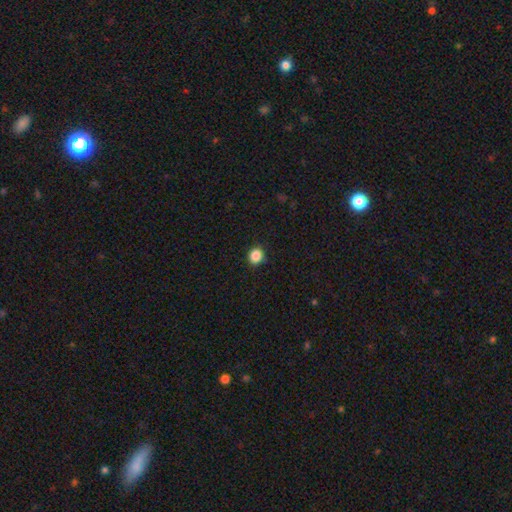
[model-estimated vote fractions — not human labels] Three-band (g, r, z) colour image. It shows a smooth galaxy with no disk features (87%) that is round (76%). Merging: none (90%).